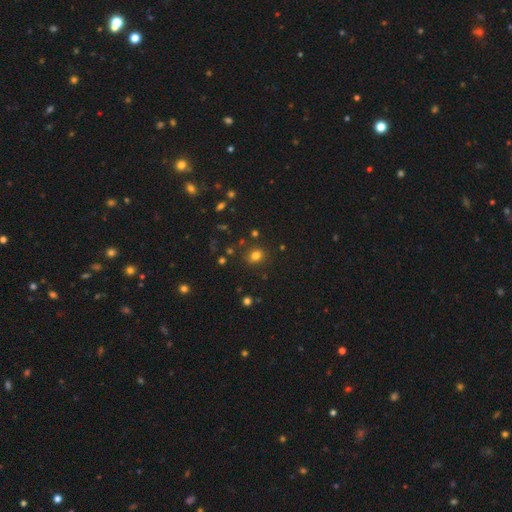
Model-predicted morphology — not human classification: type=smooth (77%); roundness=round (65%); merging=none (83%).